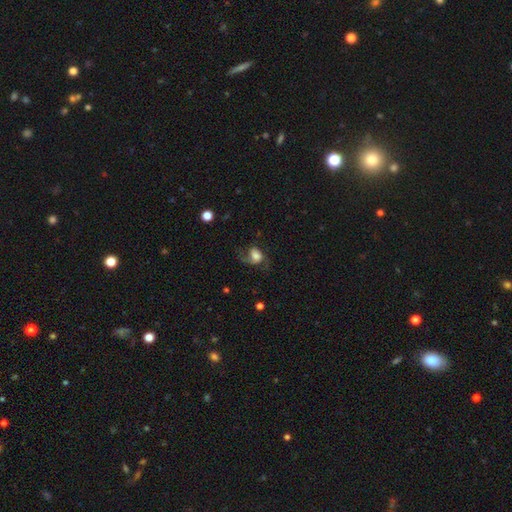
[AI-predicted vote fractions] Smooth or featured?
  - featured or disk: 54% *
  - smooth: 36%
  - star or artifact: 10%
Edge-on disk?
  - no: 97% *
  - yes: 3%
Bar?
  - no: 60% *
  - weak: 32%
  - strong: 8%
Spiral arms?
  - yes: 86% *
  - no: 14%
Bulge size?
  - large: 38% *
  - moderate: 29%
  - small: 12%
  - dominant: 11%
  - none: 10%
Merging?
  - none: 43% *
  - major disturbance: 35%
  - minor disturbance: 19%
  - merger: 2%